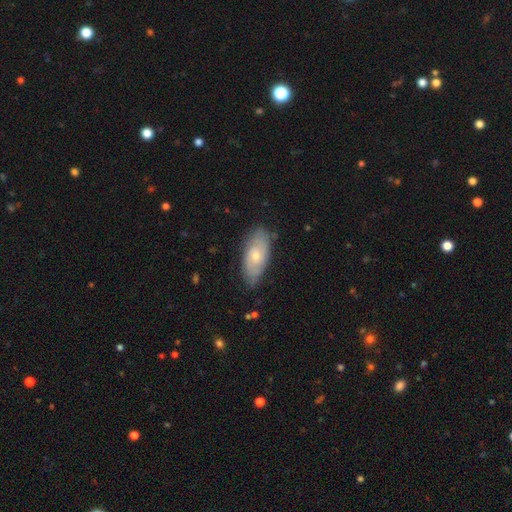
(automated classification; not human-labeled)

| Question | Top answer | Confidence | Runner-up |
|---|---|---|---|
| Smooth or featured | featured or disk | 51% | smooth (42%) |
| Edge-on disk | no | 88% | yes (12%) |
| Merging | none | 76% | minor disturbance (19%) |